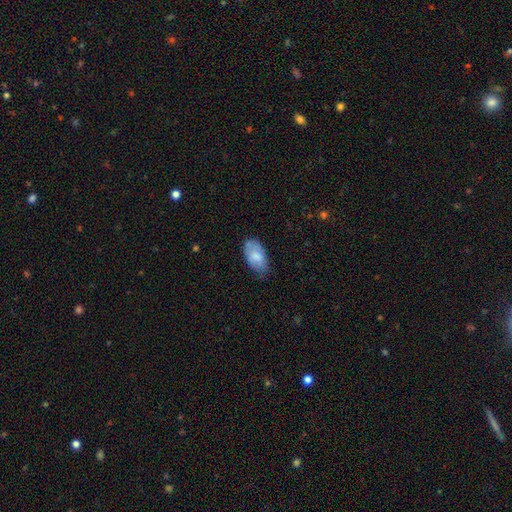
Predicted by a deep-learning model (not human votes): smooth-or-featured: smooth: 75% | featured or disk: 18% | star or artifact: 6%
  how-rounded: in between: 95% | round: 3% | cigar-shaped: 2%
  merging: none: 62% | minor disturbance: 29% | major disturbance: 6% | merger: 2%